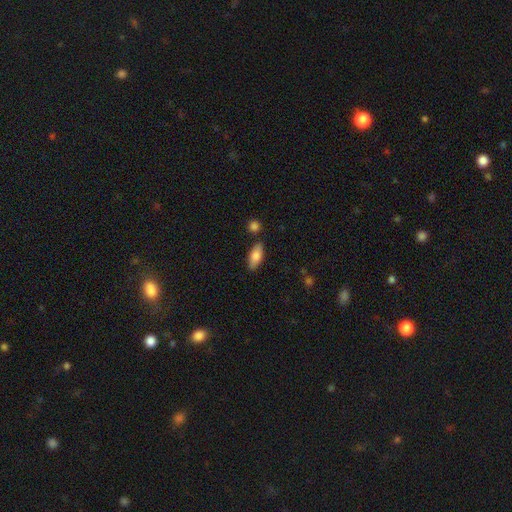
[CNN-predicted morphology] Q: Smooth or featured?
A: smooth (79%); runner-up: featured or disk (15%)
Q: How rounded?
A: in between (81%); runner-up: cigar-shaped (16%)
Q: Merging?
A: none (82%); runner-up: minor disturbance (11%)